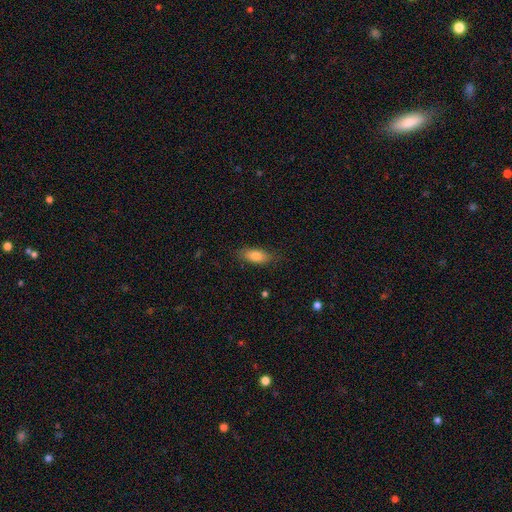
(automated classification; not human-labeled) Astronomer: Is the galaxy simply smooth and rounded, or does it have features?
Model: smooth — 82%.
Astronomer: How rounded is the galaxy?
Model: in between — 82%.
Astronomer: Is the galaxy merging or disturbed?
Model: none — 81%.